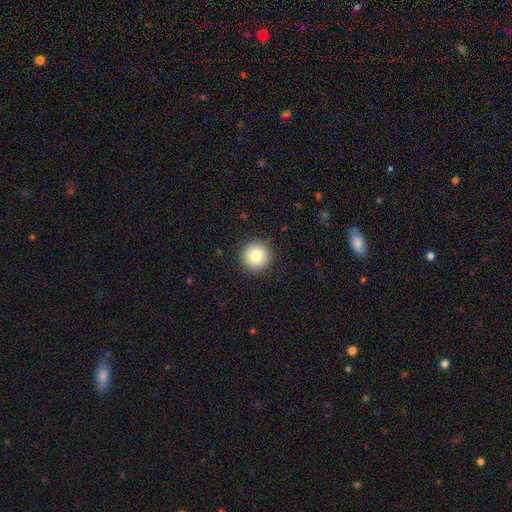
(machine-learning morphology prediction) smooth 80%, star or artifact 10%, featured or disk 10%. Down the decision tree: how rounded — round (96%); merging — none (92%).